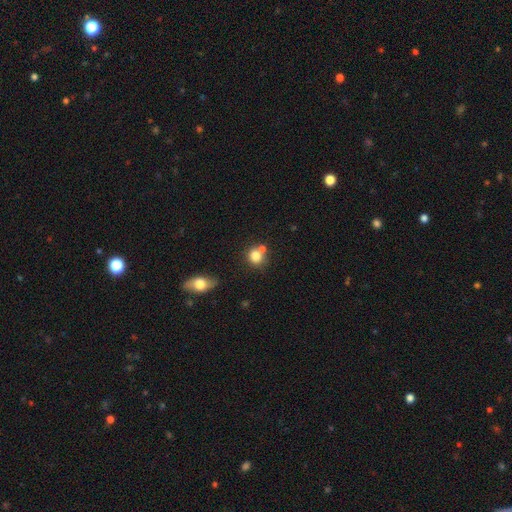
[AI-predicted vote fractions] The model was most divided on "merging": none: 59%, merger: 26%, minor disturbance: 11%, major disturbance: 4%. More confident: how rounded — round (80%); smooth or featured — smooth (79%).